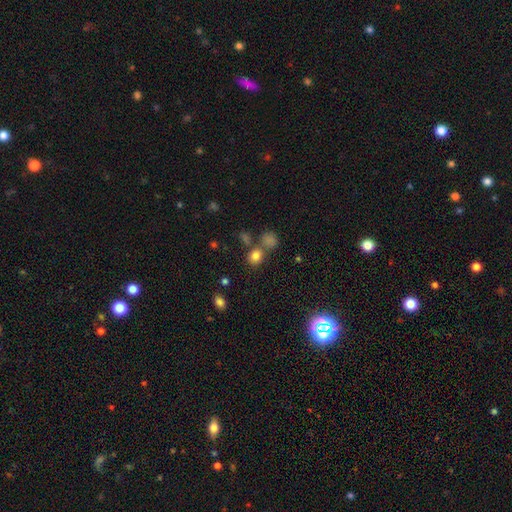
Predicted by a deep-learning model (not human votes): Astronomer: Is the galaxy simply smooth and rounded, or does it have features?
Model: smooth — 79%.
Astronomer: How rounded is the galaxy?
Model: round — 70%.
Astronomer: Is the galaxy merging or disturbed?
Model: none — 60%.